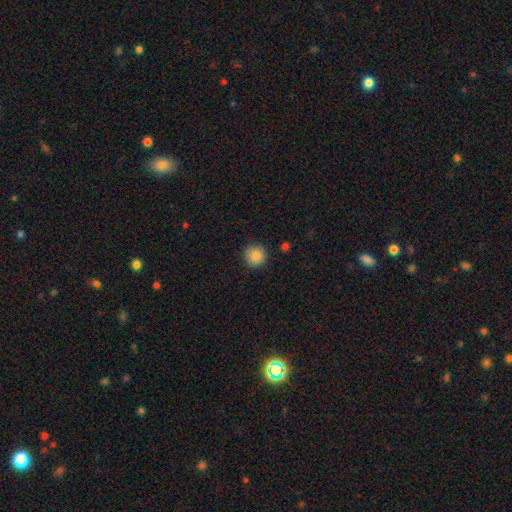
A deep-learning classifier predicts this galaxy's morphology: Smooth or featured? Predicted: smooth (p=0.87). How rounded? Predicted: round (p=0.95). Merging? Predicted: none (p=0.90).